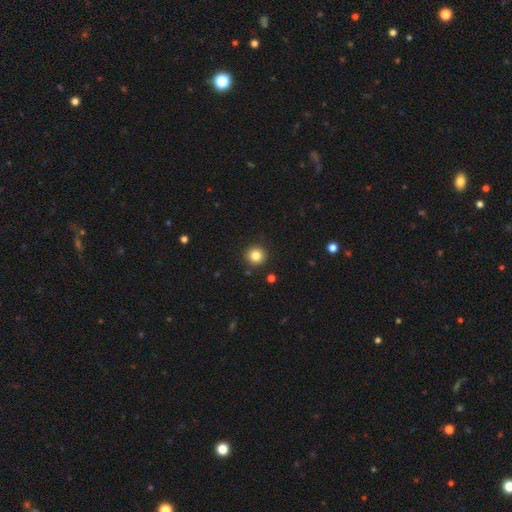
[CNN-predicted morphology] smooth-or-featured: smooth: 84% | star or artifact: 11% | featured or disk: 6%
  how-rounded: round: 95% | in between: 4% | cigar-shaped: 1%
  merging: none: 92% | minor disturbance: 5% | major disturbance: 2% | merger: 1%